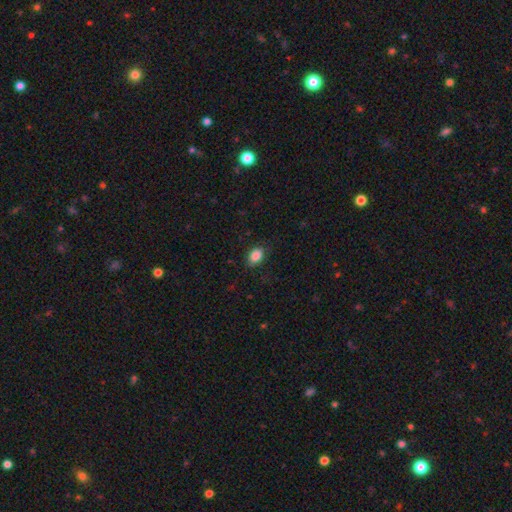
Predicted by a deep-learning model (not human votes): This appears to be a smooth galaxy with no disk features (86%) that is in between round and cigar-shaped (79%). Merging: none (80%).